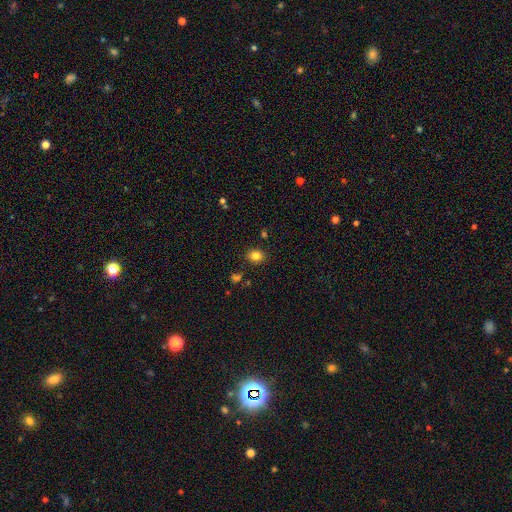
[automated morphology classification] This appears to be a smooth galaxy with no disk features (82%) that is round (62%). Merging: none (86%).